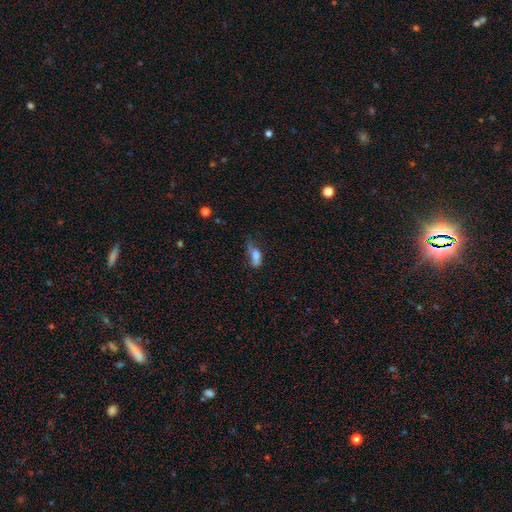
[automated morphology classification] A smooth galaxy with no disk features (70%) that is in between round and cigar-shaped (75%).

Vote fractions:
- Smooth or featured? smooth: 70% / featured or disk: 19% / star or artifact: 11%
- How rounded? in between: 75% / cigar-shaped: 18% / round: 7%
- Merging? major disturbance: 39% / minor disturbance: 30% / none: 24% / merger: 7%